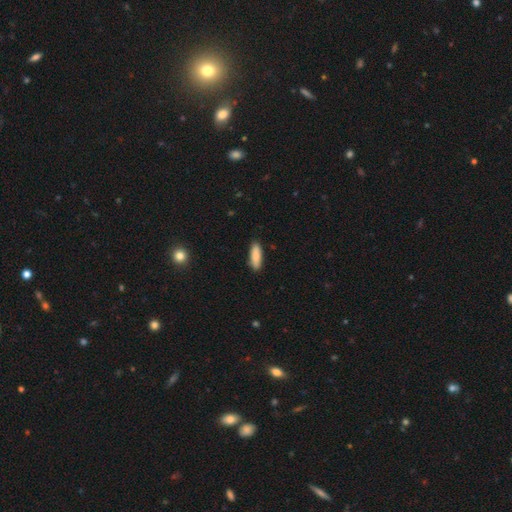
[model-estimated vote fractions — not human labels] Smooth or featured?
  - smooth: 86% *
  - featured or disk: 8%
  - star or artifact: 6%
How rounded?
  - cigar-shaped: 50% *
  - in between: 49%
  - round: 2%
Merging?
  - none: 89% *
  - minor disturbance: 9%
  - major disturbance: 2%
  - merger: 1%